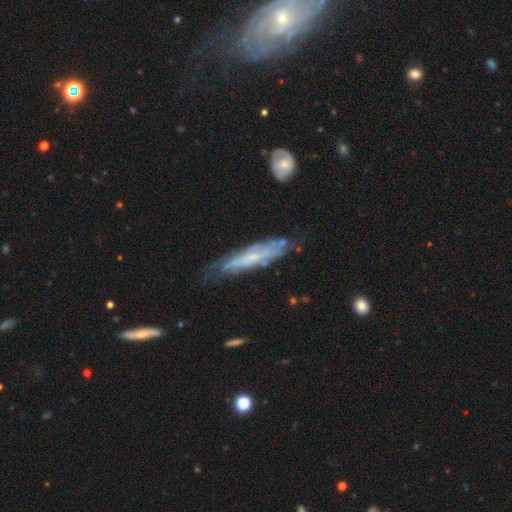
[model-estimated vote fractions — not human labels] This appears to be a featured or disk galaxy (60%) viewed edge-on (52%). Merging: none (65%).